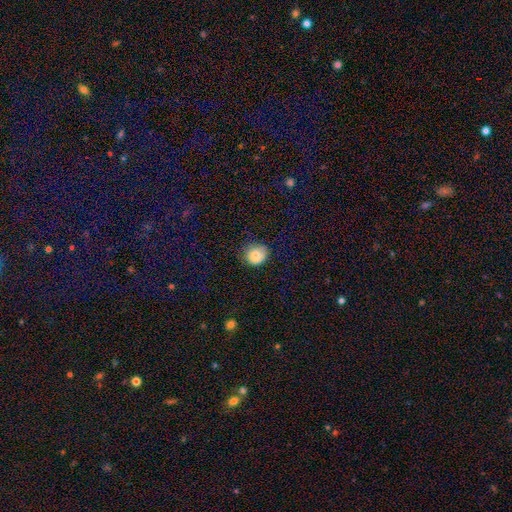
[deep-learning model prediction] Smooth or featured: smooth — 82% (star or artifact — 10%)
How rounded: round — 80% (in between — 19%)
Merging: none — 69% (minor disturbance — 24%)